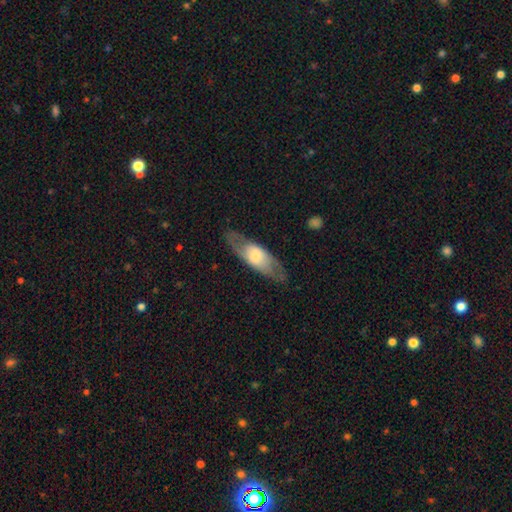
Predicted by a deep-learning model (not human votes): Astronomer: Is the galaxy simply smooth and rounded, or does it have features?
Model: featured or disk — 49% (runner-up: smooth, 45%).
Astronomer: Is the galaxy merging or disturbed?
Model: none — 77%.